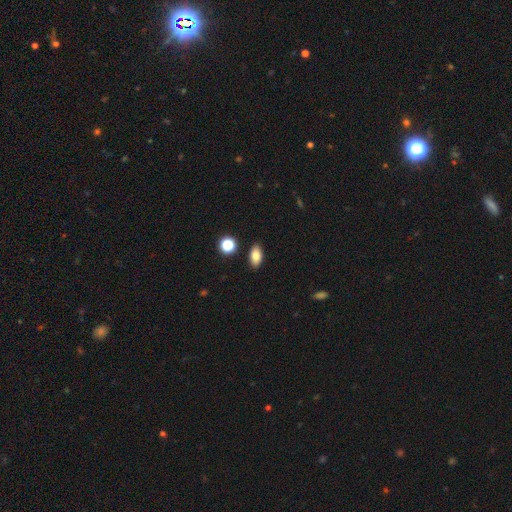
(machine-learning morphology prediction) The model was most divided on "smooth or featured": smooth: 81%, featured or disk: 9%, star or artifact: 9%. More confident: how rounded — in between (88%); merging — none (88%).